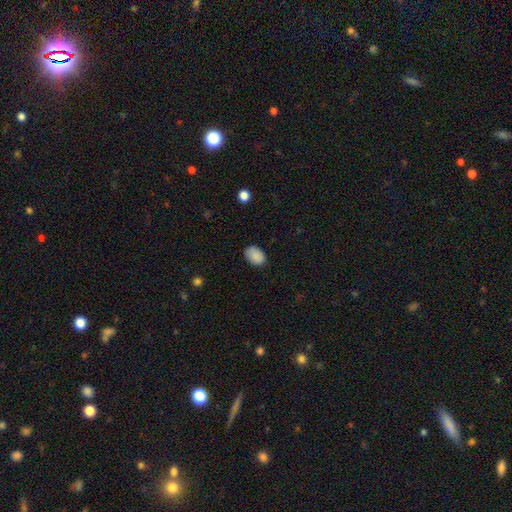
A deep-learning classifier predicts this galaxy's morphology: Smooth or featured?
  - smooth: 88% *
  - star or artifact: 8%
  - featured or disk: 4%
How rounded?
  - in between: 81% *
  - round: 18%
  - cigar-shaped: 1%
Merging?
  - none: 81% *
  - minor disturbance: 15%
  - major disturbance: 3%
  - merger: 1%